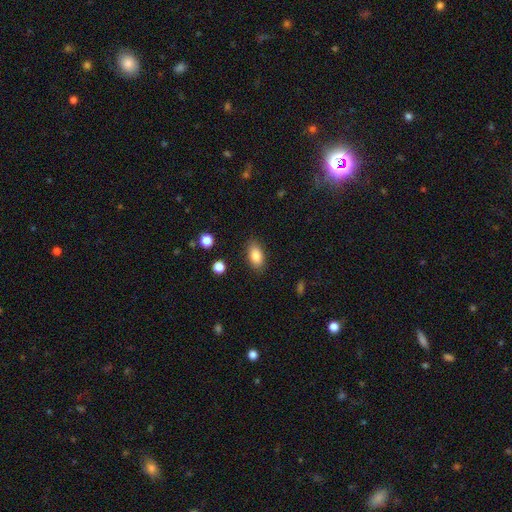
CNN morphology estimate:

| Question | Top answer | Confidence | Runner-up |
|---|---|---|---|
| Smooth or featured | smooth | 84% | featured or disk (8%) |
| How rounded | in between | 90% | round (6%) |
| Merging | none | 86% | minor disturbance (10%) |